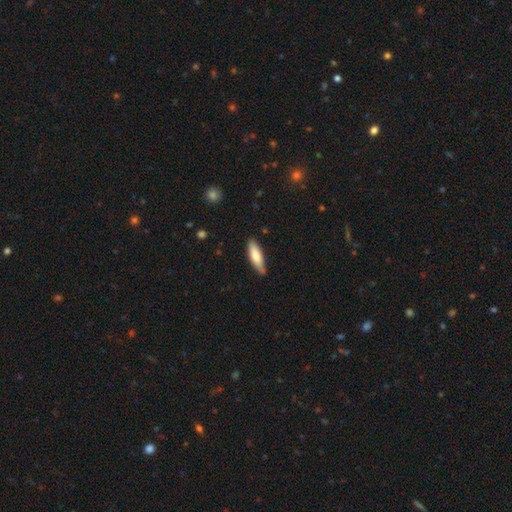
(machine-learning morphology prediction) smooth 74%, featured or disk 20%, star or artifact 5%. Down the decision tree: how rounded — cigar-shaped (54%); merging — none (79%).